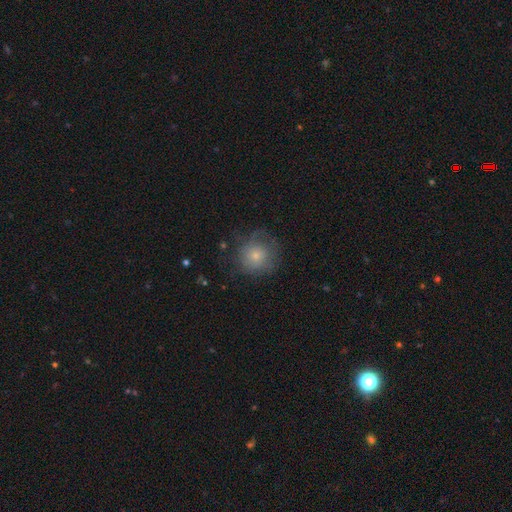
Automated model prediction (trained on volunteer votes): Overall: smooth (68%). How rounded: round (89%). Merging: none (60%; minor disturbance 22%).